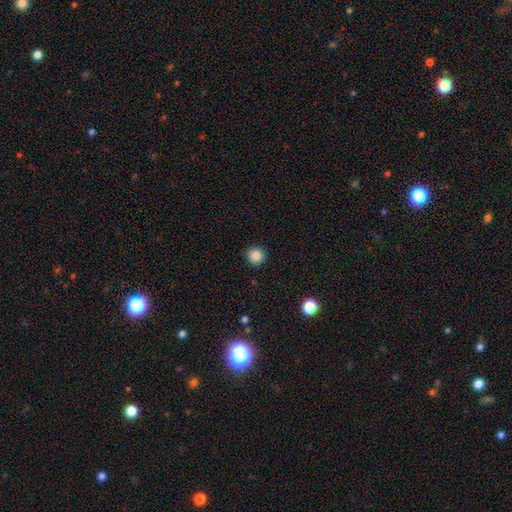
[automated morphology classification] Q: Smooth or featured?
A: smooth (85%); runner-up: star or artifact (10%)
Q: How rounded?
A: round (94%); runner-up: in between (5%)
Q: Merging?
A: none (92%); runner-up: minor disturbance (5%)